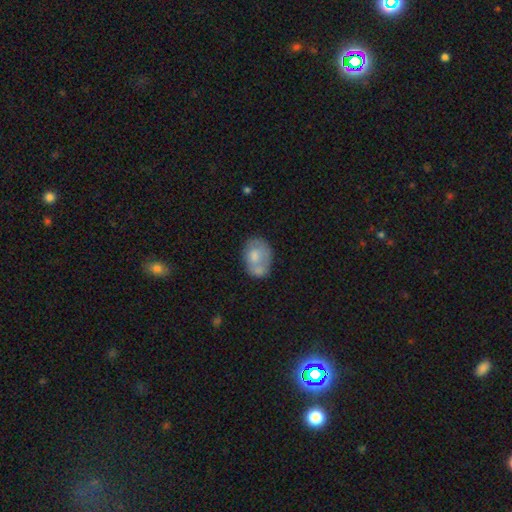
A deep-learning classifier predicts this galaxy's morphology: Smooth or featured?
  - smooth: 63% *
  - featured or disk: 30%
  - star or artifact: 7%
How rounded?
  - in between: 70% *
  - round: 29%
  - cigar-shaped: 1%
Merging?
  - none: 38% *
  - merger: 28%
  - minor disturbance: 23%
  - major disturbance: 11%